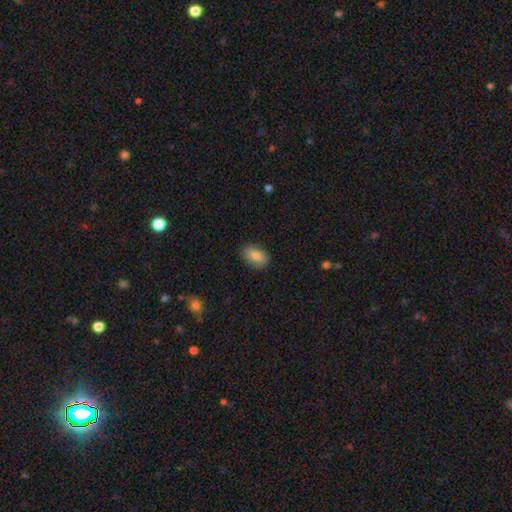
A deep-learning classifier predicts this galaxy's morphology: smooth_or_featured: smooth (p=0.84) [alt: featured or disk p=0.09]
how_rounded: in between (p=0.90) [alt: round p=0.08]
merging: none (p=0.84) [alt: minor disturbance p=0.13]